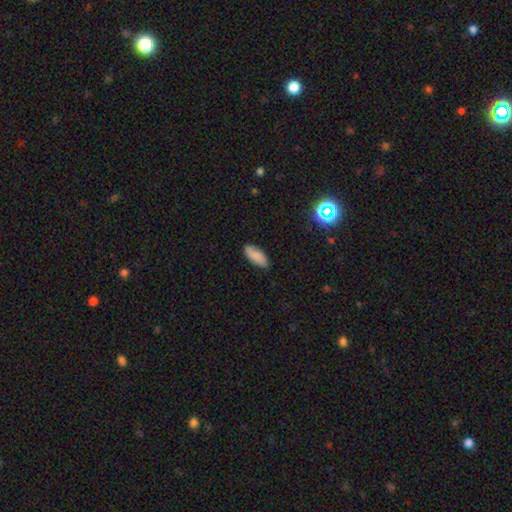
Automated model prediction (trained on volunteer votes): Smooth or featured? smooth (79%)
How rounded? in between (86%)
Merging? none (79%)